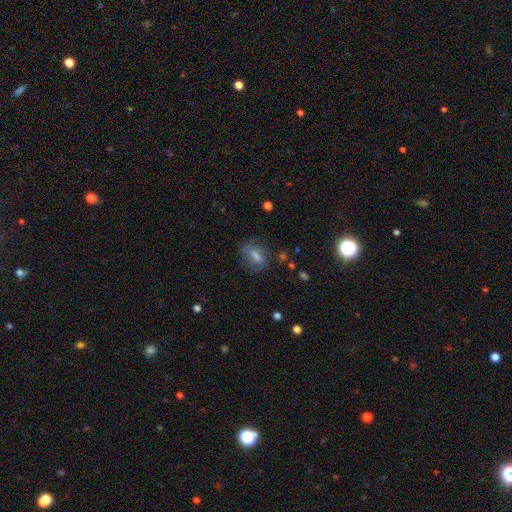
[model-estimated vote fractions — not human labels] Q: Smooth or featured?
A: smooth (69%); runner-up: featured or disk (20%)
Q: How rounded?
A: in between (71%); runner-up: round (17%)
Q: Merging?
A: none (71%); runner-up: minor disturbance (18%)